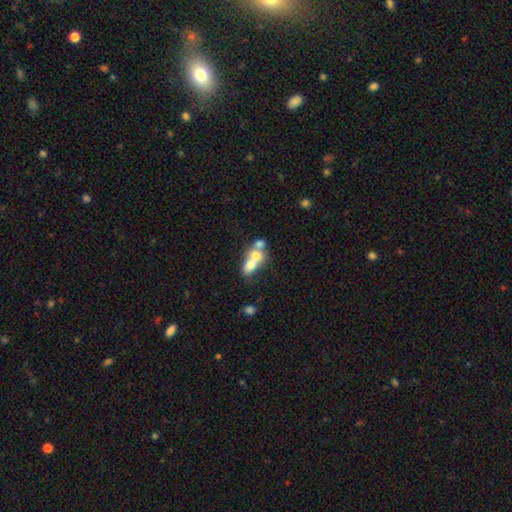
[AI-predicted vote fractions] The model was most divided on "how rounded": in between: 51%, round: 46%, cigar-shaped: 3%. More confident: merging — merger (70%); smooth or featured — smooth (63%).